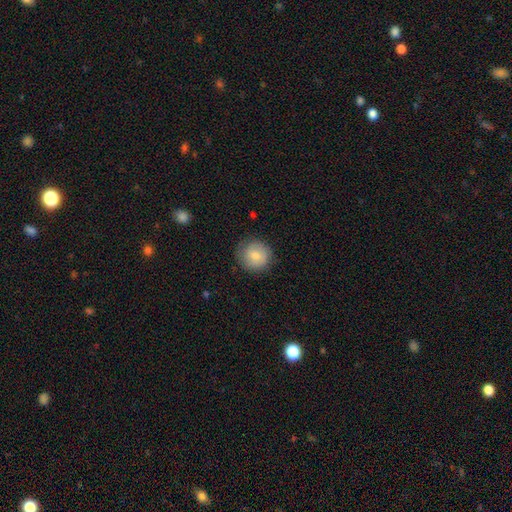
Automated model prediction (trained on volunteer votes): Smooth or featured?
  - smooth: 79% *
  - featured or disk: 13%
  - star or artifact: 8%
How rounded?
  - round: 92% *
  - in between: 7%
  - cigar-shaped: 1%
Merging?
  - none: 83% *
  - minor disturbance: 12%
  - major disturbance: 3%
  - merger: 1%